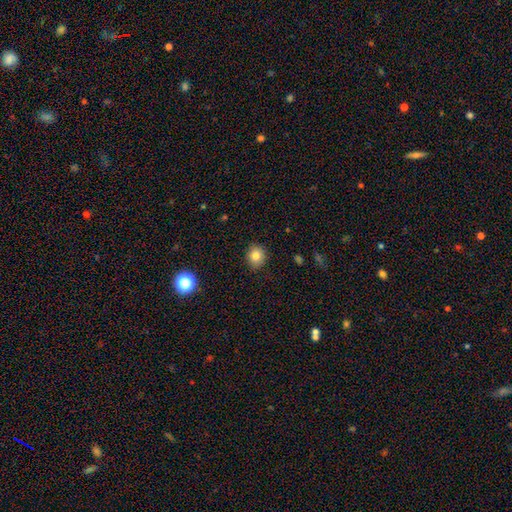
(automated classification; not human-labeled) Smooth or featured: smooth — 81% (star or artifact — 11%)
How rounded: round — 77% (in between — 23%)
Merging: none — 89% (minor disturbance — 8%)